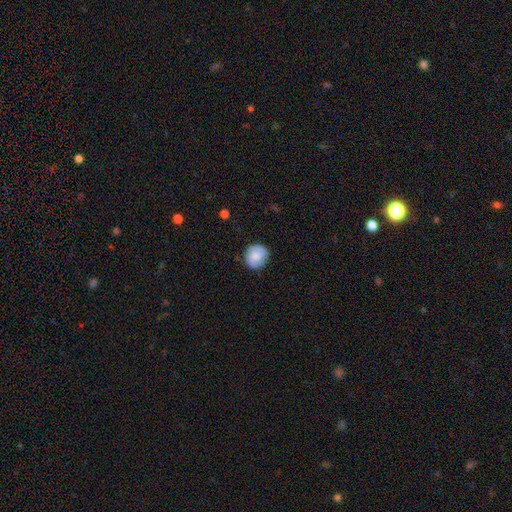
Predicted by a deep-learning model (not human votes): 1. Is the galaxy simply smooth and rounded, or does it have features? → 72% smooth, 20% featured or disk, 7% star or artifact.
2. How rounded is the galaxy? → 86% round, 13% in between, 1% cigar-shaped.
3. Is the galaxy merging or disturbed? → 83% none, 13% minor disturbance, 3% major disturbance, 1% merger.